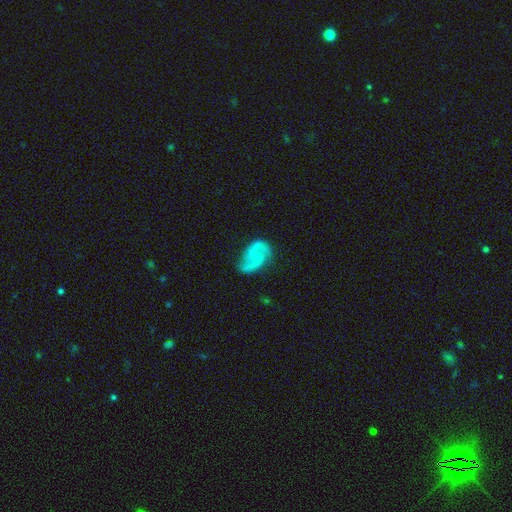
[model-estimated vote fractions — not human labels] Smooth or featured? Predicted: featured or disk (p=0.82). Edge-on disk? Predicted: no (p=0.98). Bar? Predicted: no (p=0.54). Spiral arms? Predicted: yes (p=0.94). Spiral winding? Predicted: medium (p=0.48). Spiral arm count? Predicted: 2 (p=0.90). Bulge size? Predicted: small (p=0.66). Merging? Predicted: none (p=0.62).